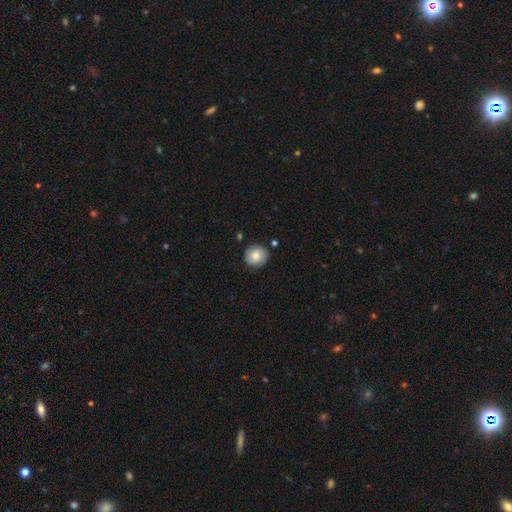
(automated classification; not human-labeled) This appears to be a smooth galaxy with no disk features (66%) that is round (91%). Merging: none (84%).